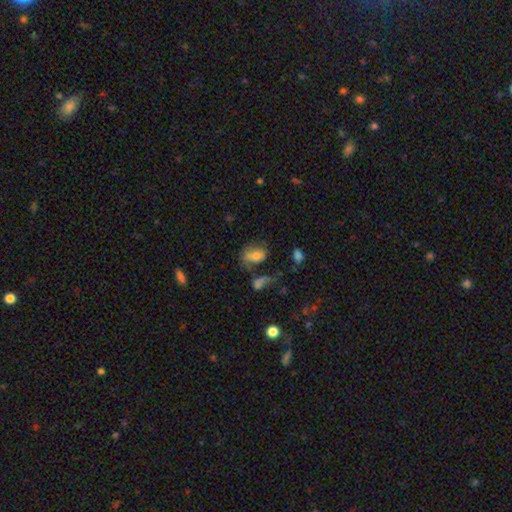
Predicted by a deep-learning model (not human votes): Smooth or featured: smooth — 70% (featured or disk — 19%)
How rounded: in between — 86% (round — 12%)
Merging: none — 43% (minor disturbance — 23%)